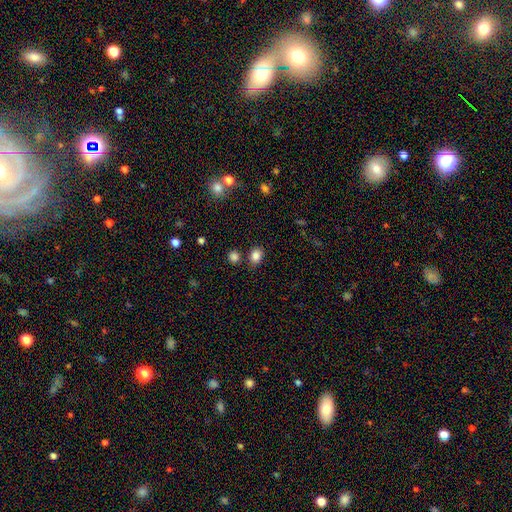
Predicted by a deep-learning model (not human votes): The model was most divided on "how rounded": round: 55%, in between: 44%, cigar-shaped: 1%. More confident: smooth or featured — smooth (84%); merging — none (77%).